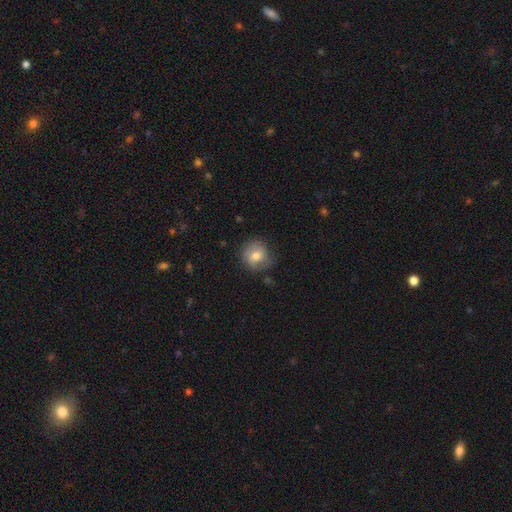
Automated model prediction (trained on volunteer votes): smooth-or-featured: smooth: 64% | featured or disk: 28% | star or artifact: 8%
  how-rounded: round: 86% | in between: 13% | cigar-shaped: 1%
  merging: none: 69% | minor disturbance: 23% | major disturbance: 7% | merger: 1%